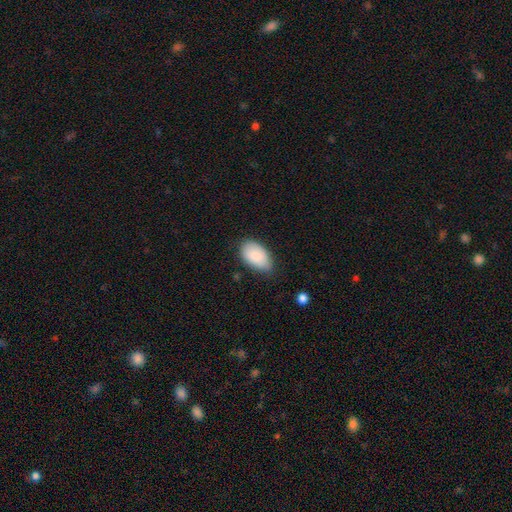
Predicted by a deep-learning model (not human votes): Smooth or featured?
  - smooth: 86% *
  - featured or disk: 8%
  - star or artifact: 6%
How rounded?
  - in between: 94% *
  - round: 5%
  - cigar-shaped: 1%
Merging?
  - none: 68% *
  - minor disturbance: 27%
  - major disturbance: 4%
  - merger: 1%